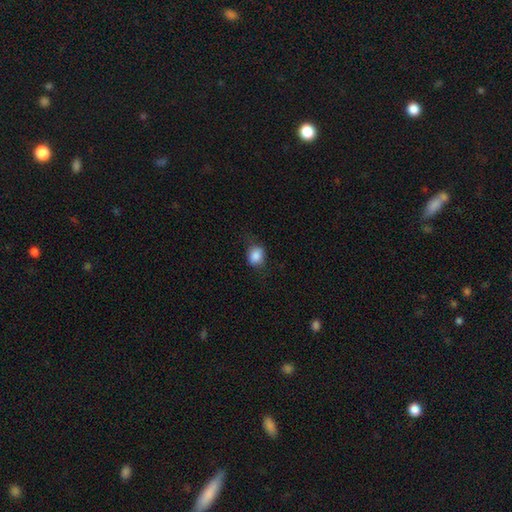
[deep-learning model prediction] A smooth galaxy with no disk features (86%) that is round (54%). Merging: none (66%).